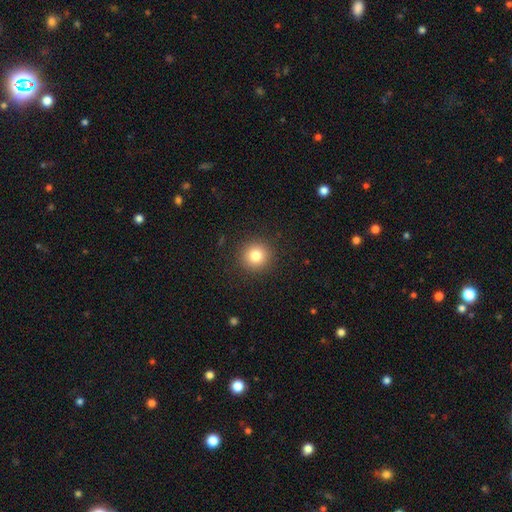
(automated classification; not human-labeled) Smooth or featured? smooth (81%)
How rounded? round (94%)
Merging? none (91%)